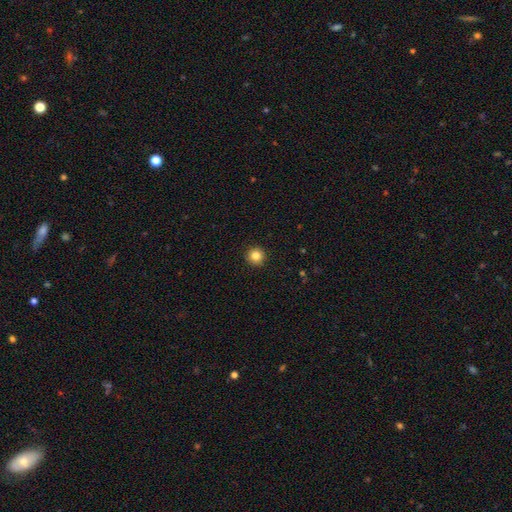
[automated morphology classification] smooth-or-featured: smooth: 84% | star or artifact: 11% | featured or disk: 5%
  how-rounded: round: 95% | in between: 4% | cigar-shaped: 1%
  merging: none: 93% | minor disturbance: 5% | major disturbance: 1% | merger: 1%